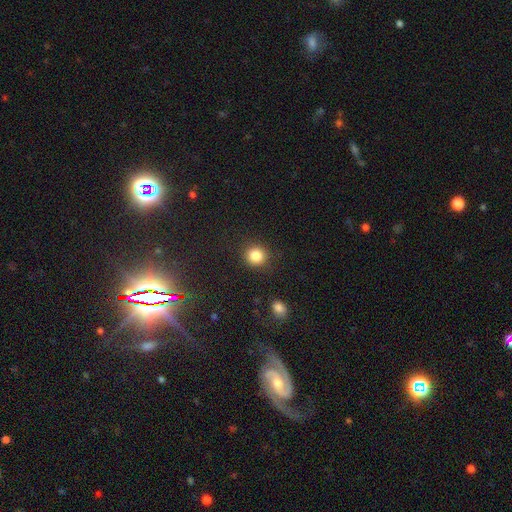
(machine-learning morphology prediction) type=smooth (85%); roundness=round (90%); merging=none (89%).